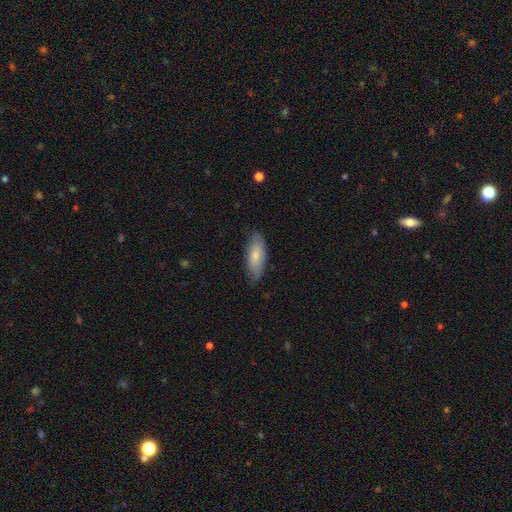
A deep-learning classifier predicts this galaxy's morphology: This is likely a smooth galaxy (77%). How rounded: likely in between (78%). Merging: likely none (78%).